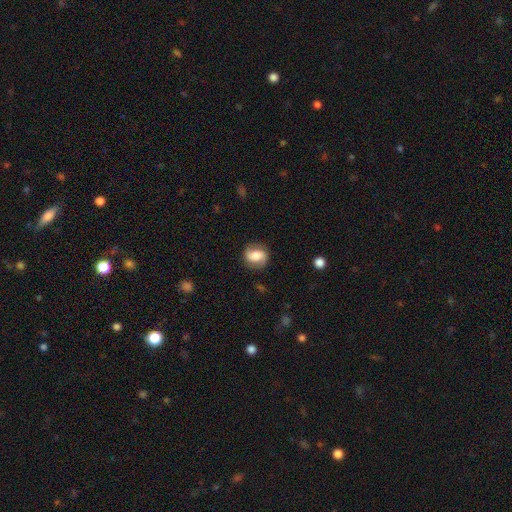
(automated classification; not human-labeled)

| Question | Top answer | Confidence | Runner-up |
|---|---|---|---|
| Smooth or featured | smooth | 49% | featured or disk (43%) |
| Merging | none | 79% | minor disturbance (15%) |